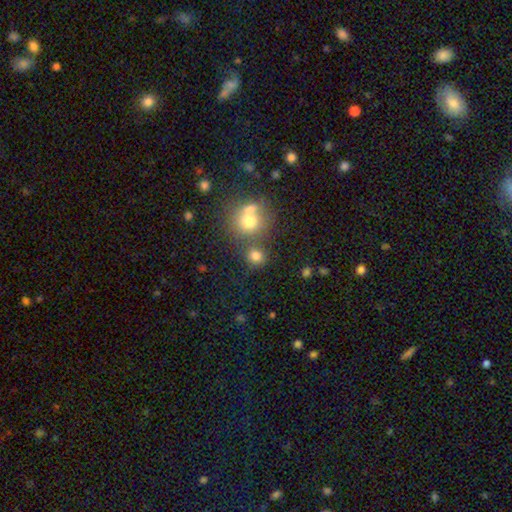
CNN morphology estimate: A smooth galaxy with no disk features (77%) that is round (82%).

Vote fractions:
- Smooth or featured? smooth: 77% / star or artifact: 15% / featured or disk: 9%
- How rounded? round: 82% / in between: 17% / cigar-shaped: 1%
- Merging? none: 60% / merger: 26% / minor disturbance: 9% / major disturbance: 5%